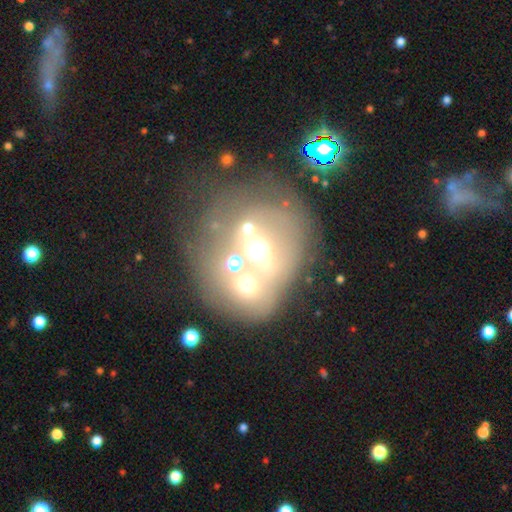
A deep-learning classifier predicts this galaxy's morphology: Q: Smooth or featured?
A: featured or disk (42%); runner-up: smooth (36%)
Q: Merging?
A: merger (53%); runner-up: none (28%)